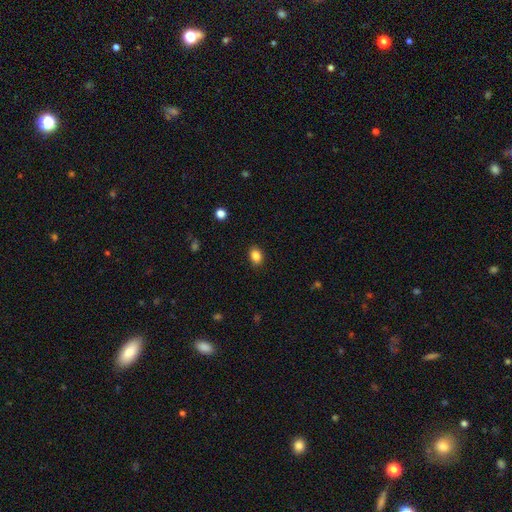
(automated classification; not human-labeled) This appears to be a smooth galaxy with no disk features (86%) that is in between round and cigar-shaped (69%). Merging: none (88%).